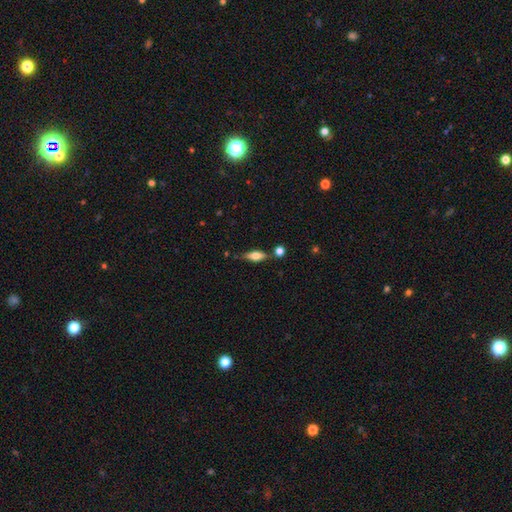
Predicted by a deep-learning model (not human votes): Smooth or featured? Predicted: smooth (p=0.62). How rounded? Predicted: in between (p=0.69). Merging? Predicted: none (p=0.70).